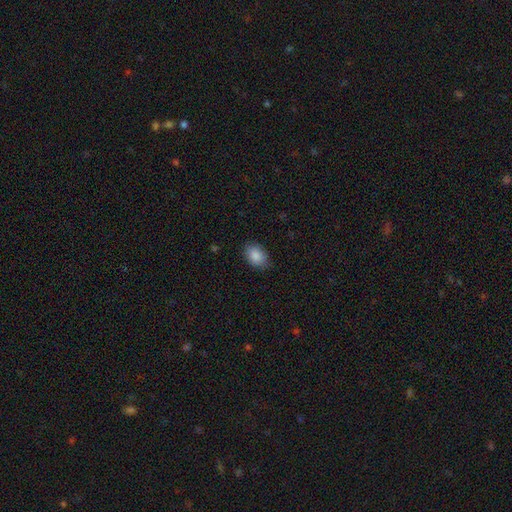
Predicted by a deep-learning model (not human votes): The model was most divided on "how rounded": in between: 82%, round: 17%, cigar-shaped: 1%. More confident: smooth or featured — smooth (88%); merging — none (83%).